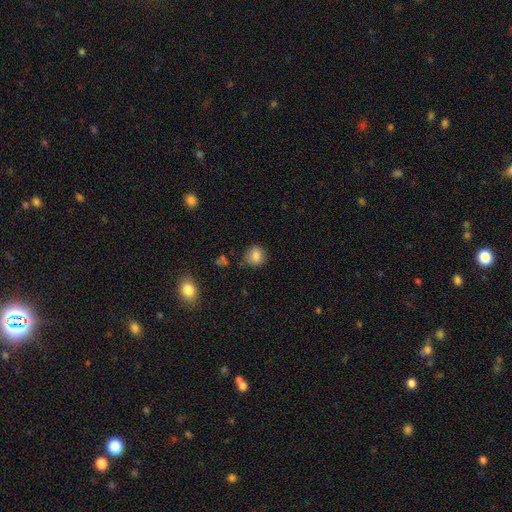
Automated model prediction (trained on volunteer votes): Smooth or featured: smooth — 83% (star or artifact — 10%)
How rounded: round — 83% (in between — 16%)
Merging: none — 80% (minor disturbance — 14%)